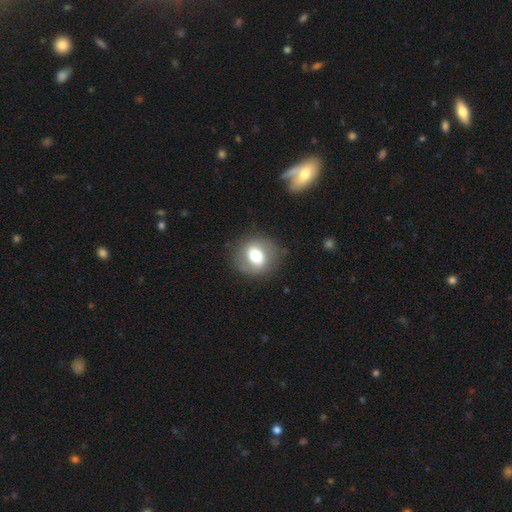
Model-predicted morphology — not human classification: This appears to be a smooth galaxy with no disk features (57%) that is round (65%). Merging: none (79%).